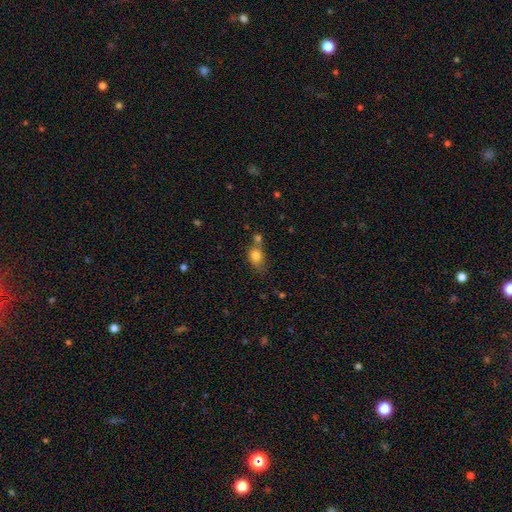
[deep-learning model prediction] A smooth galaxy with no disk features (80%) that is in between round and cigar-shaped (61%).

Vote fractions:
- Smooth or featured? smooth: 80% / star or artifact: 10% / featured or disk: 10%
- How rounded? in between: 61% / round: 37% / cigar-shaped: 3%
- Merging? none: 47% / merger: 28% / minor disturbance: 19% / major disturbance: 7%